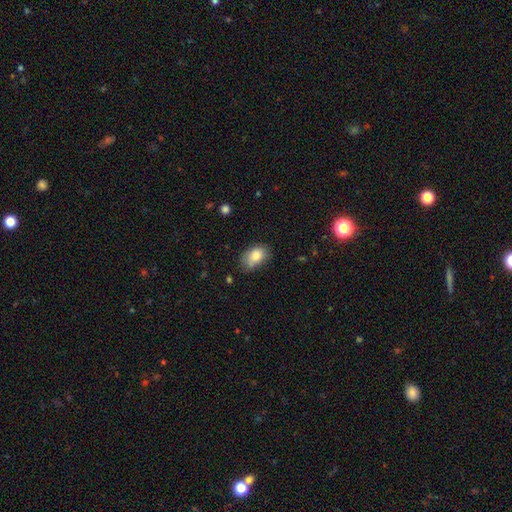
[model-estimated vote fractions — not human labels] Smooth or featured? smooth (82%)
How rounded? in between (85%)
Merging? none (59%)